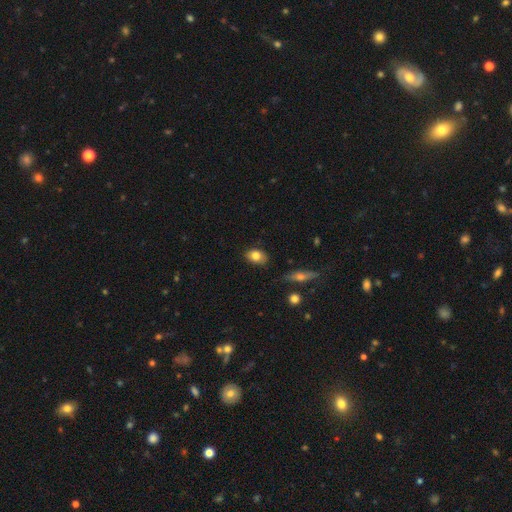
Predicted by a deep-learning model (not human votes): Smooth or featured: smooth — 79% (featured or disk — 14%)
How rounded: in between — 79% (round — 19%)
Merging: none — 81% (minor disturbance — 15%)